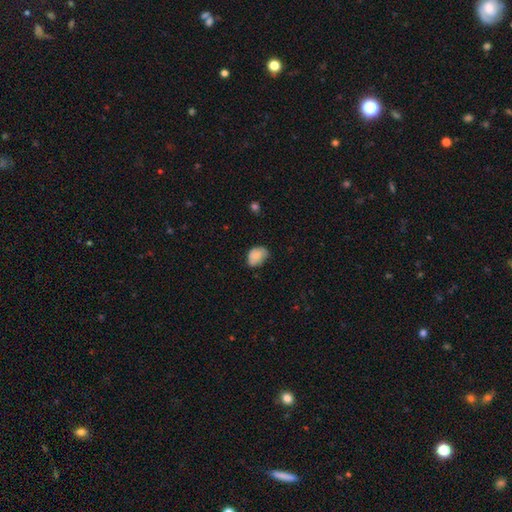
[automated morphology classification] Q: Smooth or featured?
A: smooth (83%); runner-up: featured or disk (9%)
Q: How rounded?
A: in between (75%); runner-up: round (24%)
Q: Merging?
A: none (59%); runner-up: minor disturbance (33%)